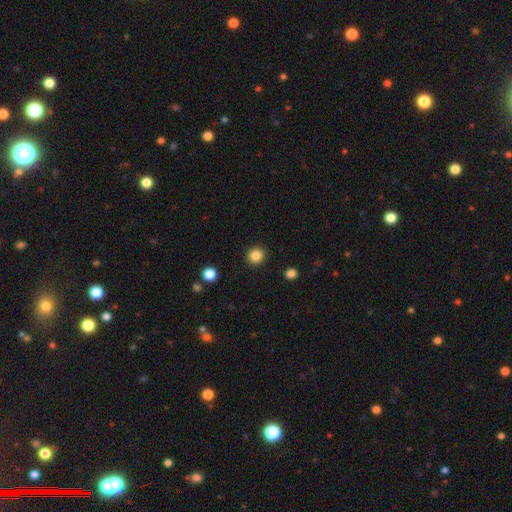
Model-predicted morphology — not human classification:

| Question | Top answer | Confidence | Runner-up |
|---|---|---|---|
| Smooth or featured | smooth | 86% | star or artifact (10%) |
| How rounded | round | 89% | in between (10%) |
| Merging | none | 92% | minor disturbance (5%) |